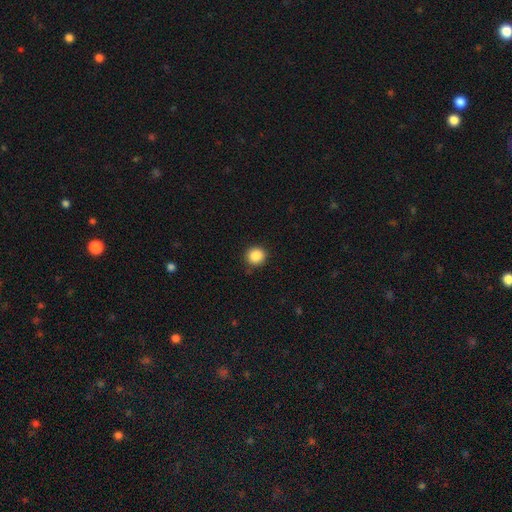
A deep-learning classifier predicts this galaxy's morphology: smooth_or_featured: smooth (p=0.87) [alt: star or artifact p=0.10]
how_rounded: round (p=0.88) [alt: in between p=0.11]
merging: none (p=0.87) [alt: minor disturbance p=0.10]